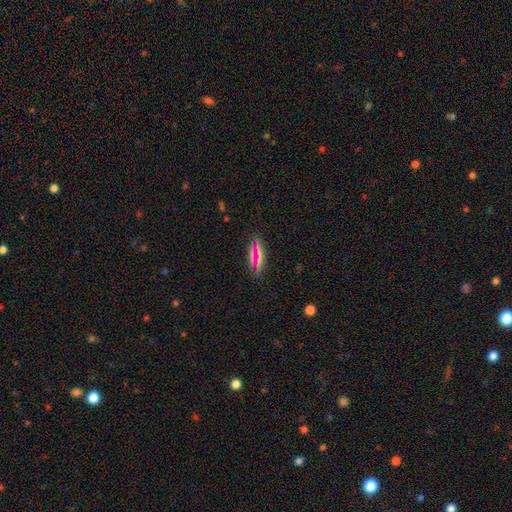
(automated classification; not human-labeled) This is likely a smooth galaxy (71%). How rounded: likely in between (68%). Merging: clearly none (82%).